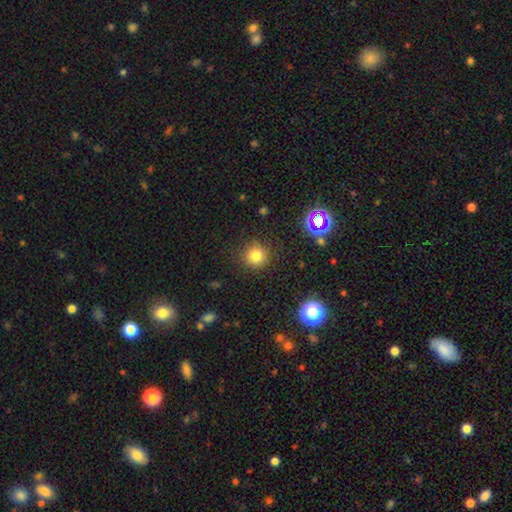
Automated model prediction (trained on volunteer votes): Smooth or featured? smooth (76%)
How rounded? round (93%)
Merging? none (87%)